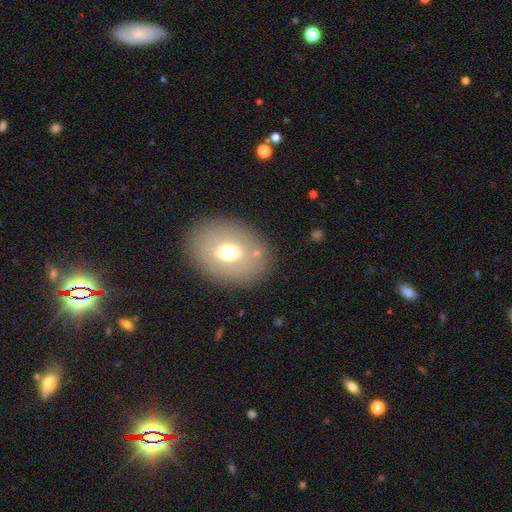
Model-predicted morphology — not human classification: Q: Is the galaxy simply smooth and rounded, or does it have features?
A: smooth — 61%.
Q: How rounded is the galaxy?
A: in between — 69%.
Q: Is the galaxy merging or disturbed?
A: none — 83%.